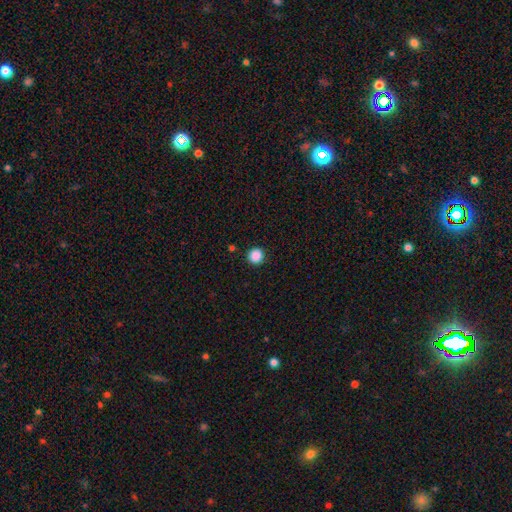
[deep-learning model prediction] smooth-or-featured: smooth: 88% | star or artifact: 10% | featured or disk: 2%
  how-rounded: round: 95% | in between: 4% | cigar-shaped: 1%
  merging: none: 92% | minor disturbance: 5% | major disturbance: 2% | merger: 1%